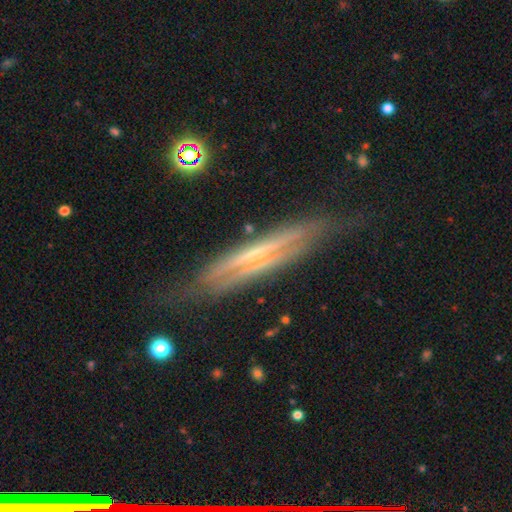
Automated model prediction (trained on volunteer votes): Q: Smooth or featured?
A: featured or disk (76%); runner-up: smooth (17%)
Q: Edge-on disk?
A: yes (90%); runner-up: no (10%)
Q: Edge-on bulge?
A: none (50%); runner-up: rounded (39%)
Q: Merging?
A: none (72%); runner-up: minor disturbance (19%)